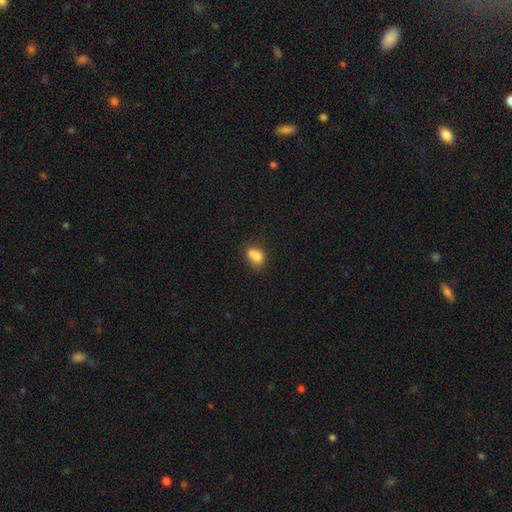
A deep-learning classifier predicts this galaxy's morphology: smooth_or_featured: smooth (p=0.75) [alt: featured or disk p=0.14]
how_rounded: in between (p=0.53) [alt: round p=0.45]
merging: merger (p=0.44) [alt: none p=0.34]